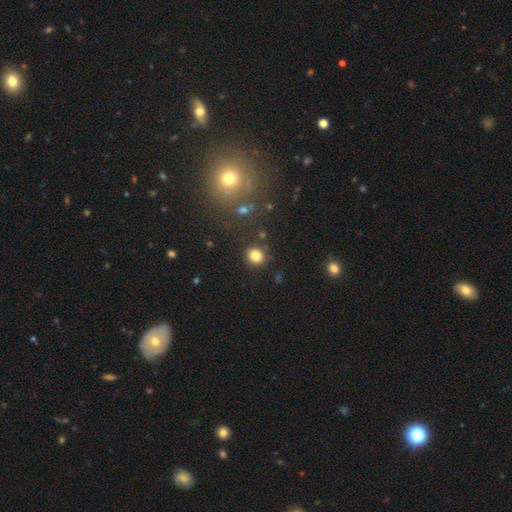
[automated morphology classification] Smooth or featured: smooth — 82% (star or artifact — 12%)
How rounded: round — 83% (in between — 16%)
Merging: none — 87% (minor disturbance — 8%)